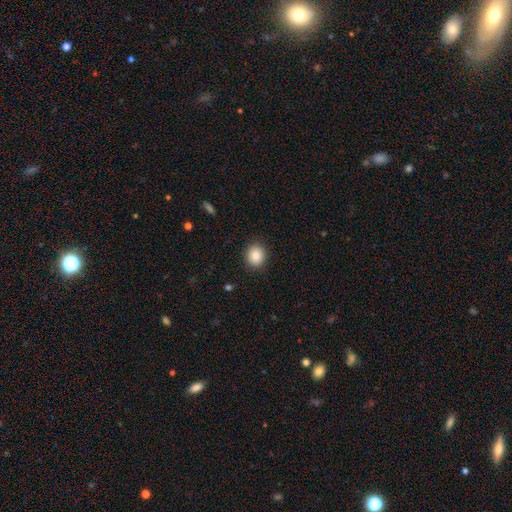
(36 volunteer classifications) A smooth galaxy with no disk features (89%) that is round (78%).

Vote fractions:
- Smooth or featured? smooth: 89% / featured or disk: 6% / star or artifact: 6%
- How rounded? round: 78% / in between: 22% / cigar-shaped: 0%
- Merging? none: 88% / minor disturbance: 12% / major disturbance: 0% / merger: 0%